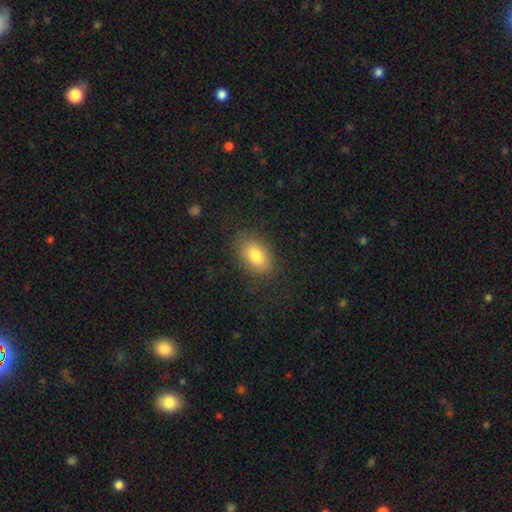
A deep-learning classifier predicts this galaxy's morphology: type=smooth (82%); roundness=in between (87%); merging=none (83%).